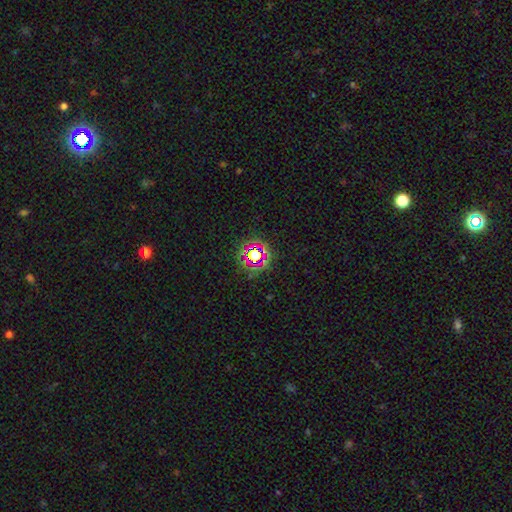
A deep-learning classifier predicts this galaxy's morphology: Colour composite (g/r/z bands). It shows a star or artifact, not a galaxy (66%).